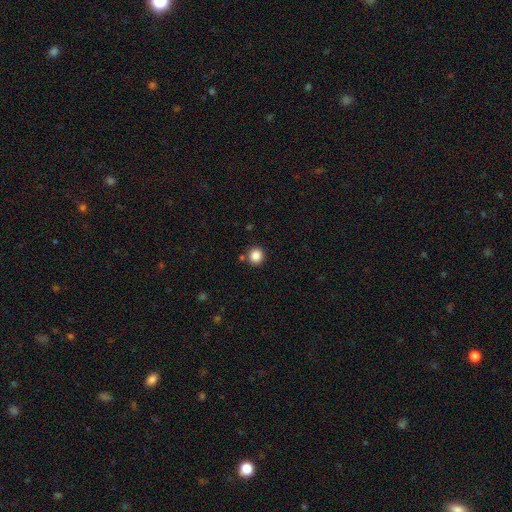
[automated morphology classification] Smooth or featured: smooth — 86% (star or artifact — 10%)
How rounded: round — 92% (in between — 7%)
Merging: none — 86% (minor disturbance — 7%)